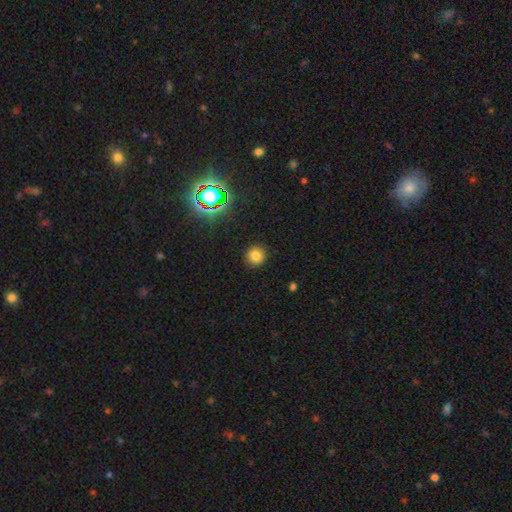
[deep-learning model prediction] Smooth or featured?
  - smooth: 77% *
  - star or artifact: 17%
  - featured or disk: 7%
How rounded?
  - round: 93% *
  - in between: 6%
  - cigar-shaped: 1%
Merging?
  - none: 90% *
  - minor disturbance: 6%
  - major disturbance: 2%
  - merger: 1%